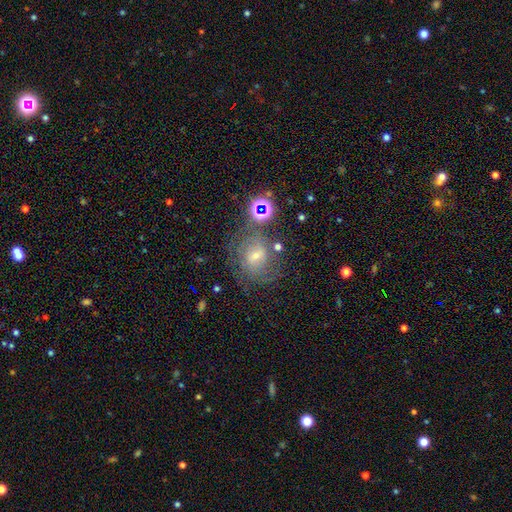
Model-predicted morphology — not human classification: smooth_or_featured: featured or disk (p=0.58) [alt: star or artifact p=0.22]
disk_edge_on: no (p=0.96) [alt: yes p=0.04]
bar: weak (p=0.51) [alt: no p=0.34]
has_spiral_arms: yes (p=0.82) [alt: no p=0.18]
bulge_size: small (p=0.53) [alt: moderate p=0.38]
merging: none (p=0.62) [alt: minor disturbance p=0.17]